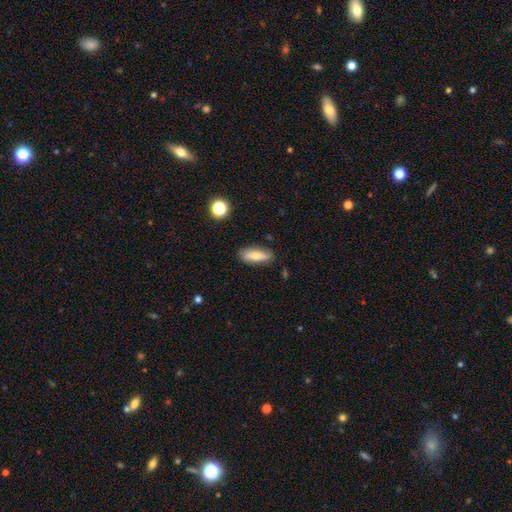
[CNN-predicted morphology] smooth-or-featured: smooth: 64% | featured or disk: 28% | star or artifact: 7%
  how-rounded: in between: 67% | cigar-shaped: 30% | round: 3%
  merging: none: 82% | minor disturbance: 14% | major disturbance: 2% | merger: 2%